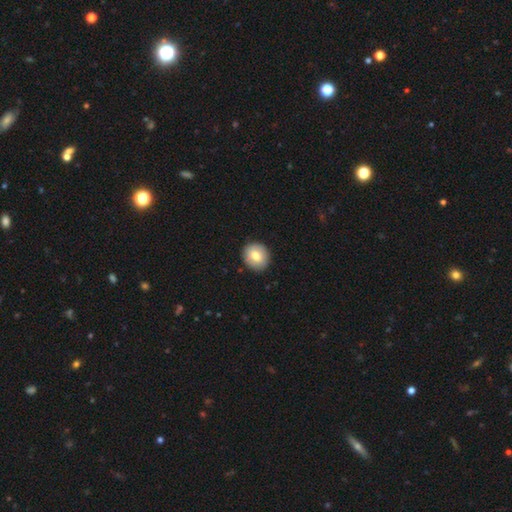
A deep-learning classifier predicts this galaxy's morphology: Smooth or featured?
  - smooth: 76% *
  - featured or disk: 16%
  - star or artifact: 8%
How rounded?
  - round: 85% *
  - in between: 14%
  - cigar-shaped: 1%
Merging?
  - none: 90% *
  - minor disturbance: 7%
  - major disturbance: 2%
  - merger: 1%